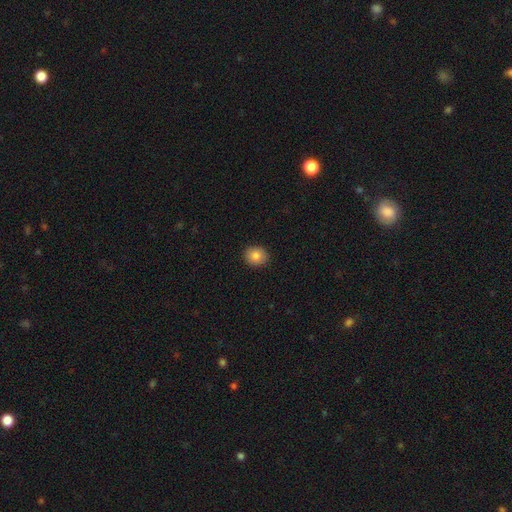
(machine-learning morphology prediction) This appears to be a smooth galaxy with no disk features (84%) that is round (73%). Merging: none (91%).